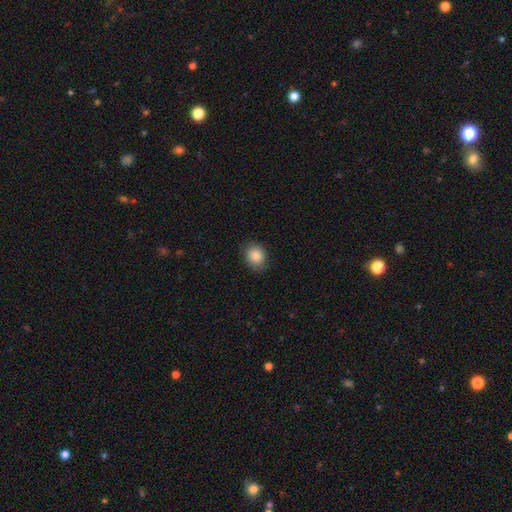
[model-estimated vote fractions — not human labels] A smooth galaxy with no disk features (86%) that is round (51%).

Vote fractions:
- Smooth or featured? smooth: 86% / star or artifact: 8% / featured or disk: 6%
- How rounded? round: 51% / in between: 48% / cigar-shaped: 1%
- Merging? none: 84% / minor disturbance: 13% / major disturbance: 3% / merger: 1%